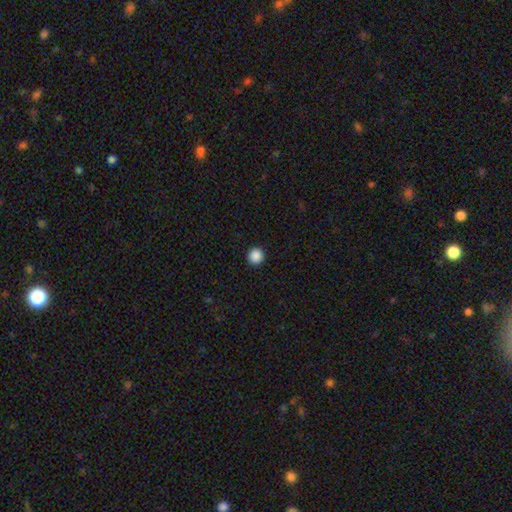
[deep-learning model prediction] Smooth or featured? smooth (89%)
How rounded? round (94%)
Merging? none (93%)